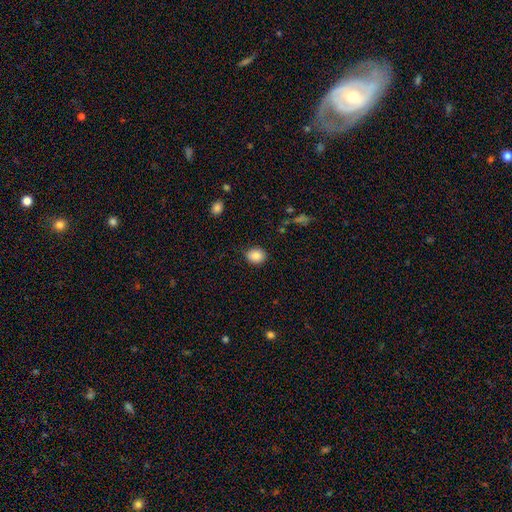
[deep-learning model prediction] This appears to be a smooth galaxy with no disk features (86%) that is round (60%). Merging: none (87%).